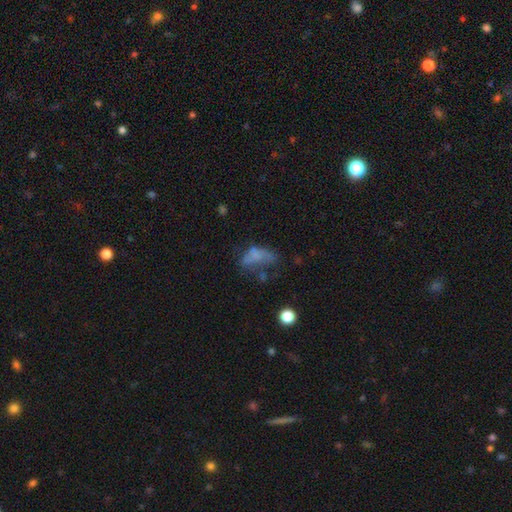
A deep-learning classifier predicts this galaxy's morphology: smooth-or-featured: smooth: 54% | featured or disk: 29% | star or artifact: 16%
  how-rounded: in between: 83% | round: 9% | cigar-shaped: 8%
  merging: major disturbance: 36% | none: 30% | minor disturbance: 24% | merger: 10%